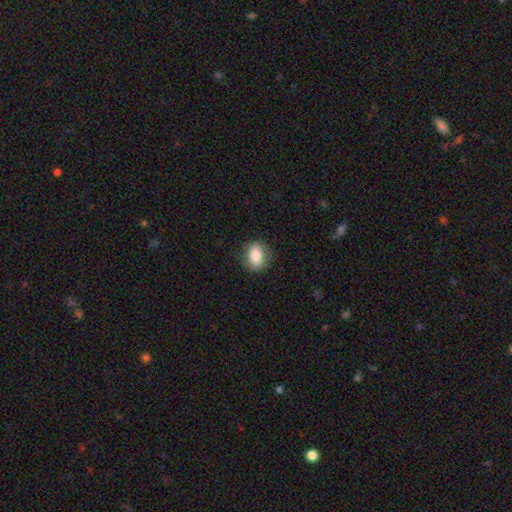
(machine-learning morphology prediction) smooth-or-featured: smooth: 81% | featured or disk: 10% | star or artifact: 8%
  how-rounded: in between: 64% | round: 34% | cigar-shaped: 2%
  merging: none: 84% | minor disturbance: 12% | major disturbance: 3% | merger: 1%